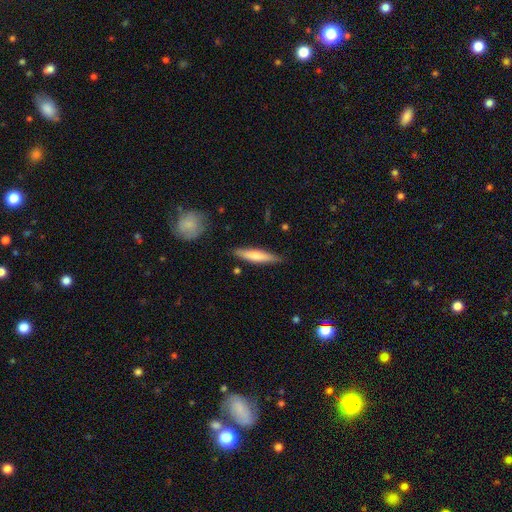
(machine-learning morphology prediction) smooth 63%, featured or disk 31%, star or artifact 6%. Down the decision tree: how rounded — cigar-shaped (85%); merging — none (85%).